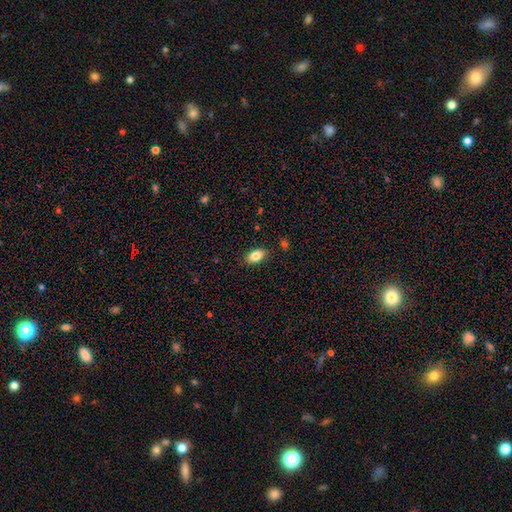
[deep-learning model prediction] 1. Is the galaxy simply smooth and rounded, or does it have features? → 84% smooth, 8% star or artifact, 8% featured or disk.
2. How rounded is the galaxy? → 91% in between, 6% round, 2% cigar-shaped.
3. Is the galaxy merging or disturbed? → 87% none, 10% minor disturbance, 2% major disturbance, 1% merger.